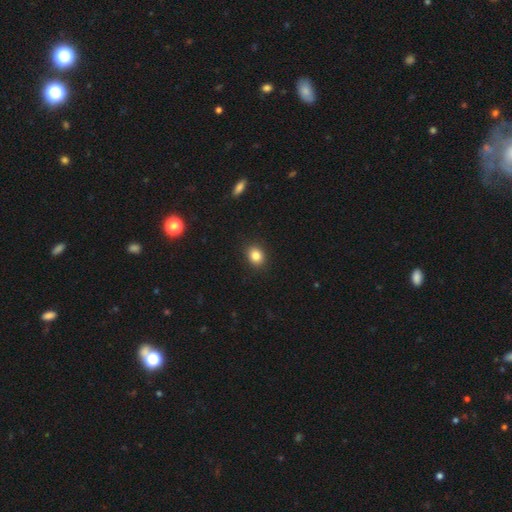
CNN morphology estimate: This is clearly a smooth galaxy (84%). How rounded: possibly round (54%). Merging: clearly none (90%).